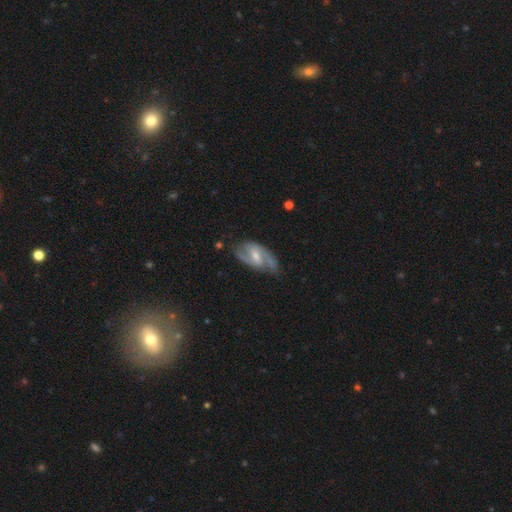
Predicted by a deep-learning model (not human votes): This appears to be a featured or disk galaxy (85%) with a weak bar (53%), 2 (89%) medium (54%) spiral arms (95%) and a small central bulge (48%). Merging: none (73%).